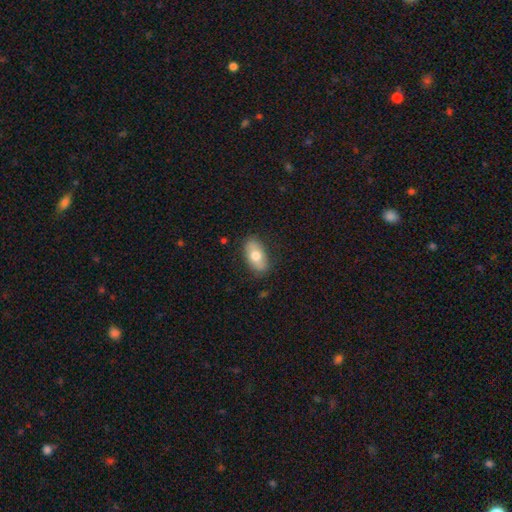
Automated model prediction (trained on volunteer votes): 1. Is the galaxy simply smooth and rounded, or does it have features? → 70% smooth, 24% featured or disk, 6% star or artifact.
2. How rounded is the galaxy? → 92% in between, 5% round, 3% cigar-shaped.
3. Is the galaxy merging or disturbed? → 82% none, 14% minor disturbance, 3% major disturbance, 1% merger.